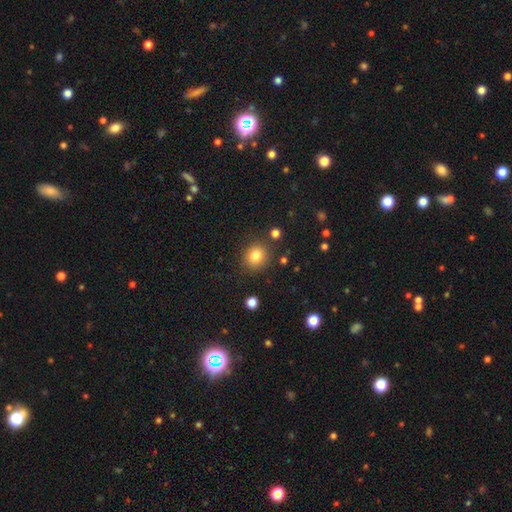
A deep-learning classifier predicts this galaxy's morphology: Smooth or featured: smooth — 82% (star or artifact — 11%)
How rounded: round — 82% (in between — 17%)
Merging: none — 85% (minor disturbance — 9%)